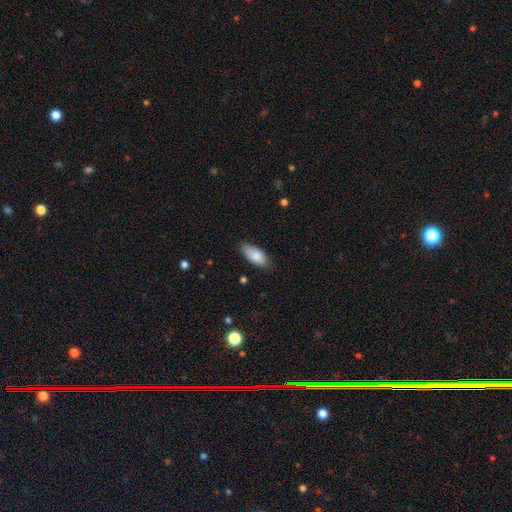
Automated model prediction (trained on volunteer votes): smooth 84%, featured or disk 9%, star or artifact 6%. Down the decision tree: how rounded — in between (89%); merging — none (72%).